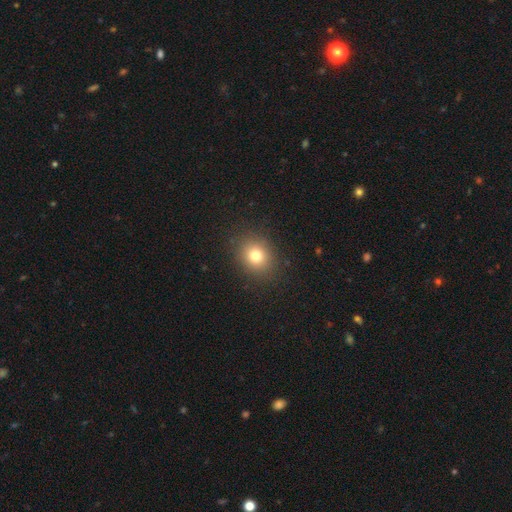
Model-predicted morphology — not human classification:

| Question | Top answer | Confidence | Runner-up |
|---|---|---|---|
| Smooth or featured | smooth | 78% | star or artifact (14%) |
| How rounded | round | 68% | in between (31%) |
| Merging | none | 88% | minor disturbance (8%) |